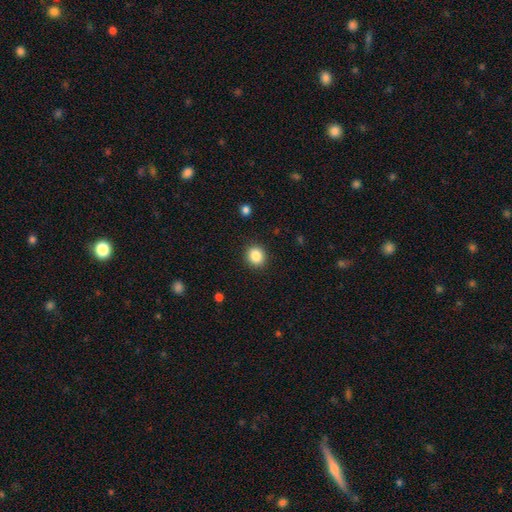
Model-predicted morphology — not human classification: Smooth or featured? Predicted: smooth (p=0.86). How rounded? Predicted: round (p=0.82). Merging? Predicted: none (p=0.91).